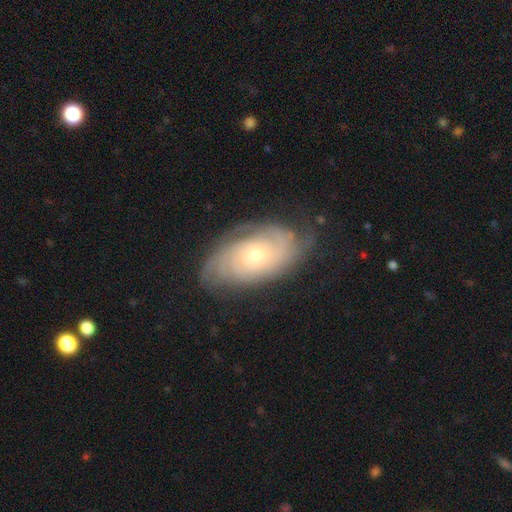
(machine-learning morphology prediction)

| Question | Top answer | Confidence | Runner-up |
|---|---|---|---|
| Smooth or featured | featured or disk | 81% | smooth (13%) |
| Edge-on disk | no | 95% | yes (5%) |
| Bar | no | 77% | weak (19%) |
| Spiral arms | yes | 95% | no (5%) |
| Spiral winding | tight | 75% | medium (20%) |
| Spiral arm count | can't tell | 41% | 2 (18%) |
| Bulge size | small | 47% | moderate (46%) |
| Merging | none | 74% | minor disturbance (19%) |